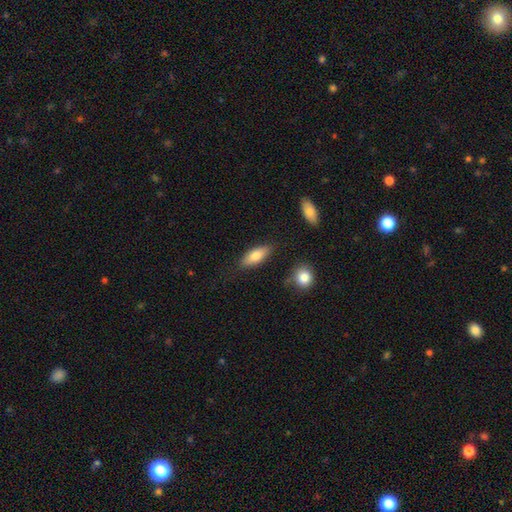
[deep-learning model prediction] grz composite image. It shows a smooth galaxy with no disk features (76%) that is in between round and cigar-shaped (75%). Merging: none (80%).